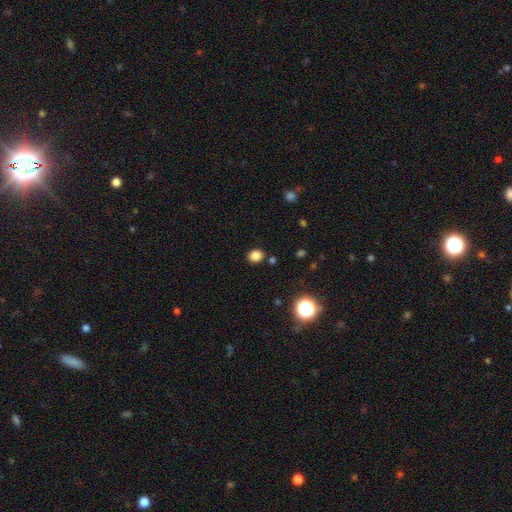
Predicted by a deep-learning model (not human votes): Smooth or featured? Predicted: smooth (p=0.83). How rounded? Predicted: round (p=0.65). Merging? Predicted: none (p=0.86).